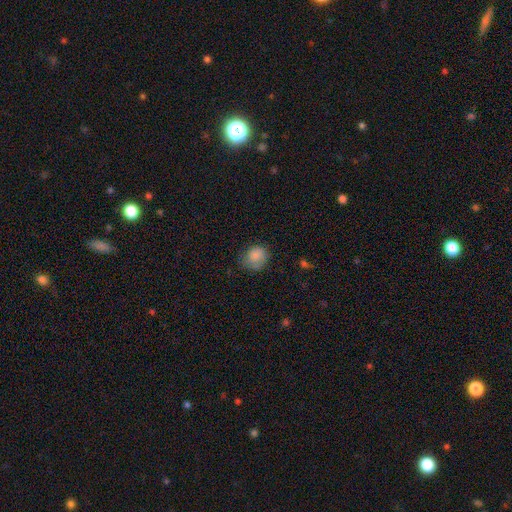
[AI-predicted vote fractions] This is clearly a smooth galaxy (84%). How rounded: likely round (69%). Merging: possibly none (58%).